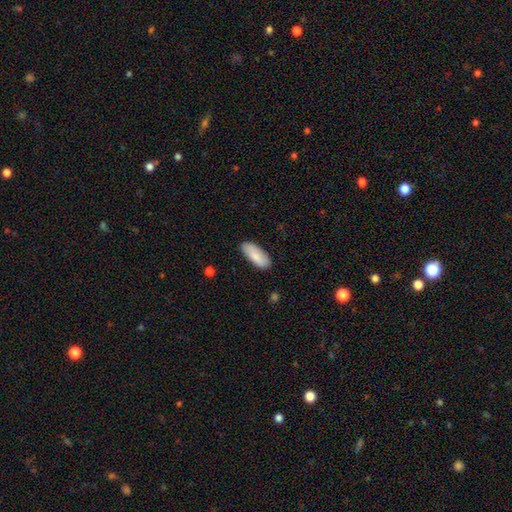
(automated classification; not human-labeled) smooth-or-featured: smooth: 86% | featured or disk: 9% | star or artifact: 6%
  how-rounded: in between: 78% | cigar-shaped: 21% | round: 2%
  merging: none: 84% | minor disturbance: 13% | major disturbance: 2% | merger: 1%